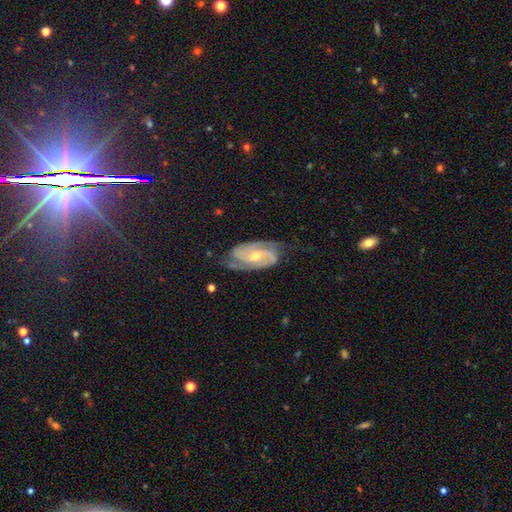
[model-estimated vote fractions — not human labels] Overall: featured or disk (88%). Edge-on disk: no (96%). Bar: no (47%; weak 36%). Spiral arms: yes (98%). Spiral arm count: 2 (72%). Spiral winding: tight (51%; medium 41%). Bulge size: small (51%; moderate 46%). Merging: none (76%).